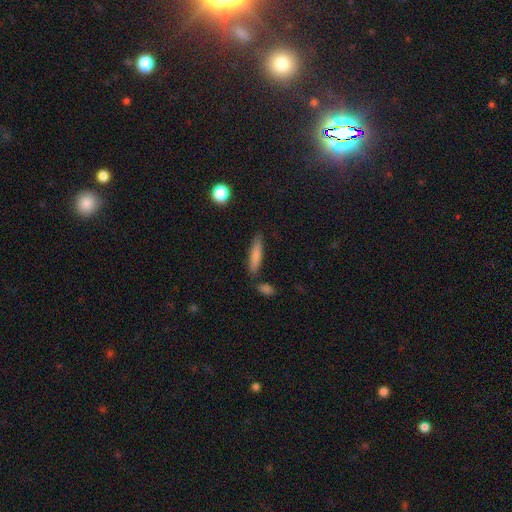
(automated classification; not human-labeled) Smooth or featured: smooth — 79% (featured or disk — 14%)
How rounded: cigar-shaped — 81% (in between — 17%)
Merging: none — 78% (minor disturbance — 13%)